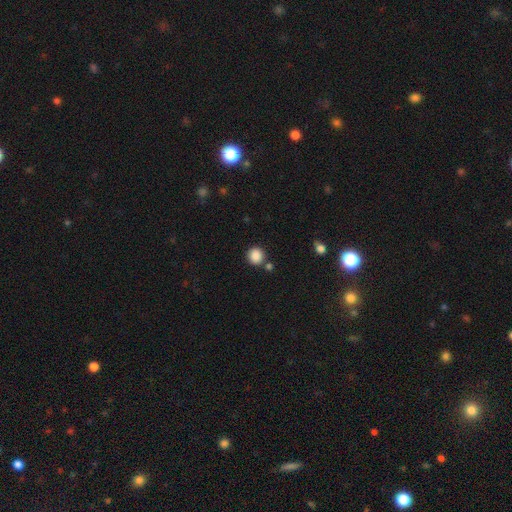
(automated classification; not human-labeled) Smooth or featured?
  - smooth: 87% *
  - star or artifact: 10%
  - featured or disk: 3%
How rounded?
  - round: 92% *
  - in between: 8%
  - cigar-shaped: 1%
Merging?
  - none: 80% *
  - merger: 9%
  - minor disturbance: 9%
  - major disturbance: 3%